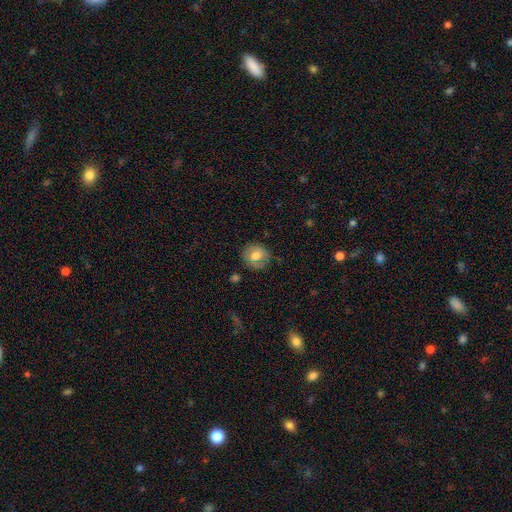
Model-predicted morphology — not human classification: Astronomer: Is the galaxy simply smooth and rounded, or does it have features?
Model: smooth — 71%.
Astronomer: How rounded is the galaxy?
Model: round — 80%.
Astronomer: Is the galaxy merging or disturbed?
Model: none — 79%.